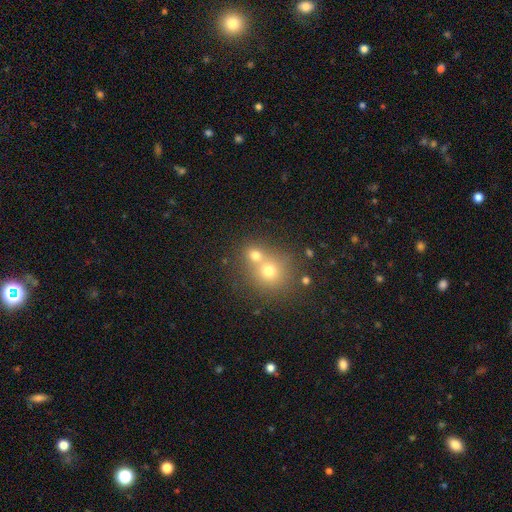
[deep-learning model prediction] This appears to be a smooth galaxy with no disk features (70%) that is round (79%). Merging: merger (52%).